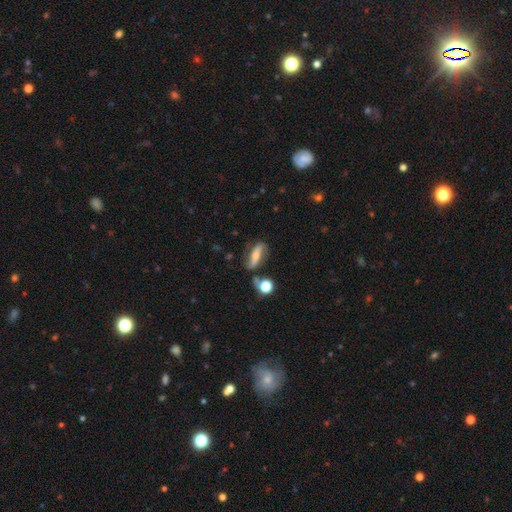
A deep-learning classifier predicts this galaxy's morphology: Smooth or featured: featured or disk — 57% (smooth — 33%)
Edge-on disk: no — 78% (yes — 22%)
Merging: none — 63% (minor disturbance — 20%)